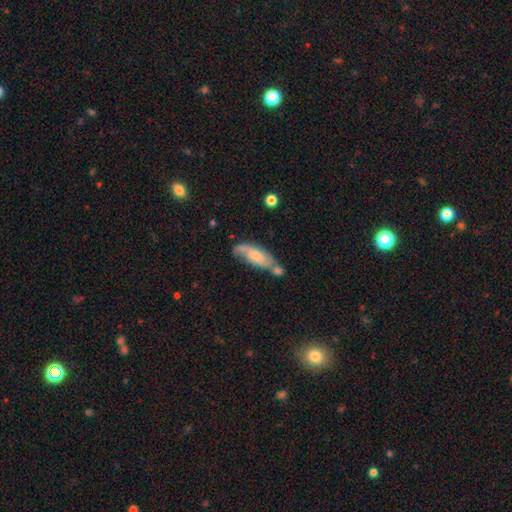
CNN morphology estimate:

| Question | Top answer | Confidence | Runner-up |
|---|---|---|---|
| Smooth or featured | featured or disk | 50% | smooth (44%) |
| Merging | none | 40% | merger (30%) |